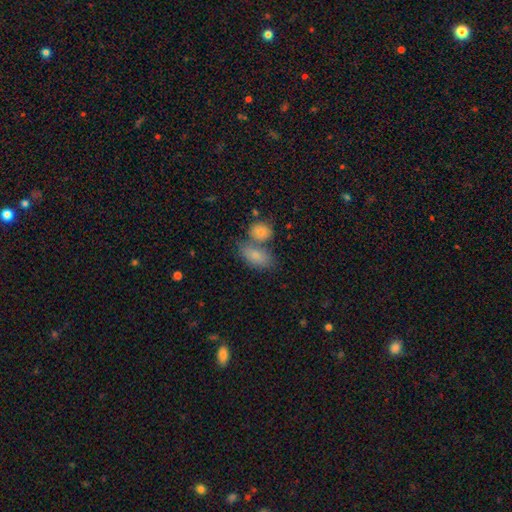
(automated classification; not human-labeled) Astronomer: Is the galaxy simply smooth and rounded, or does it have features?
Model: smooth — 82%.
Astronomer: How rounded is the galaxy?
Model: in between — 89%.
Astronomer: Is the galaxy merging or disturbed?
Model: merger — 46% (runner-up: none, 38%).